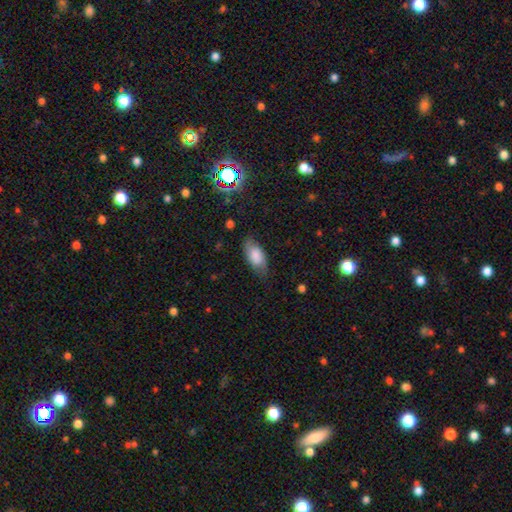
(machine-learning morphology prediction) Smooth or featured?
  - smooth: 74% *
  - featured or disk: 18%
  - star or artifact: 8%
How rounded?
  - in between: 90% *
  - cigar-shaped: 6%
  - round: 3%
Merging?
  - none: 71% *
  - minor disturbance: 22%
  - major disturbance: 6%
  - merger: 1%